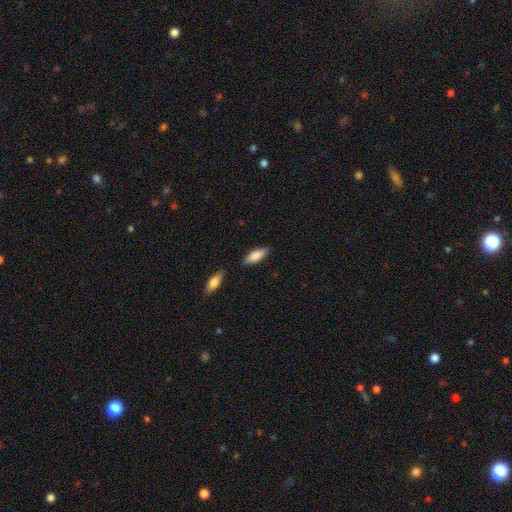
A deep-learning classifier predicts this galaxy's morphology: A smooth galaxy with no disk features (83%) that is in between round and cigar-shaped (66%).

Vote fractions:
- Smooth or featured? smooth: 83% / featured or disk: 12% / star or artifact: 6%
- How rounded? in between: 66% / cigar-shaped: 32% / round: 2%
- Merging? none: 80% / minor disturbance: 13% / merger: 5% / major disturbance: 2%